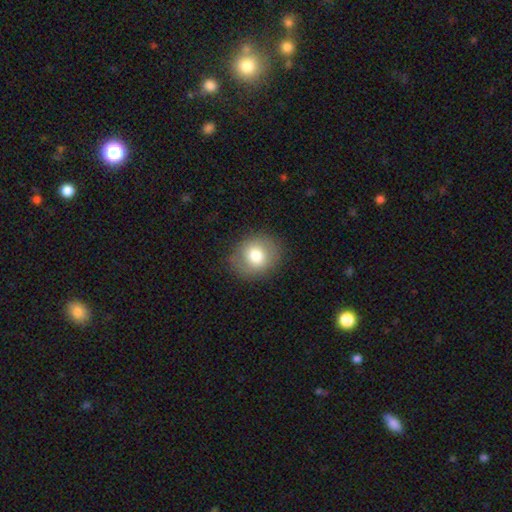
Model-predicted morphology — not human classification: smooth_or_featured: smooth (p=0.76) [alt: featured or disk p=0.15]
how_rounded: round (p=0.71) [alt: in between p=0.28]
merging: none (p=0.85) [alt: minor disturbance p=0.10]